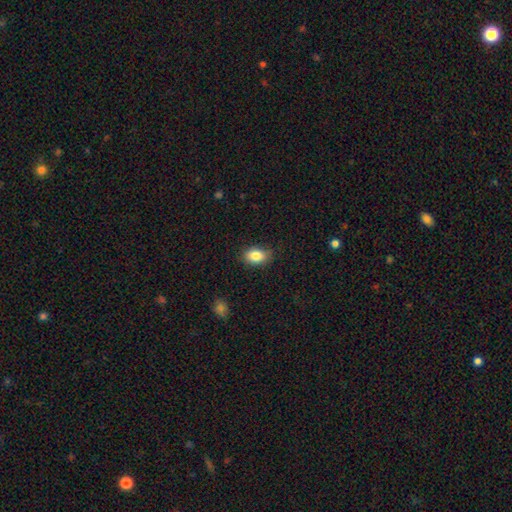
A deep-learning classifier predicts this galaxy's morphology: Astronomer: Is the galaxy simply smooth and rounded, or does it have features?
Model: smooth — 85%.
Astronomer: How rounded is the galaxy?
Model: in between — 81%.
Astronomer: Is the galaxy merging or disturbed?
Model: none — 84%.